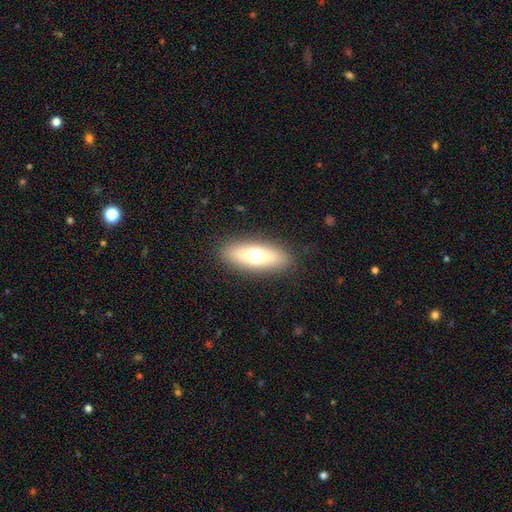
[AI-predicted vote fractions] smooth_or_featured: smooth (p=0.62) [alt: featured or disk p=0.29]
how_rounded: in between (p=0.62) [alt: cigar-shaped p=0.33]
merging: none (p=0.87) [alt: minor disturbance p=0.08]